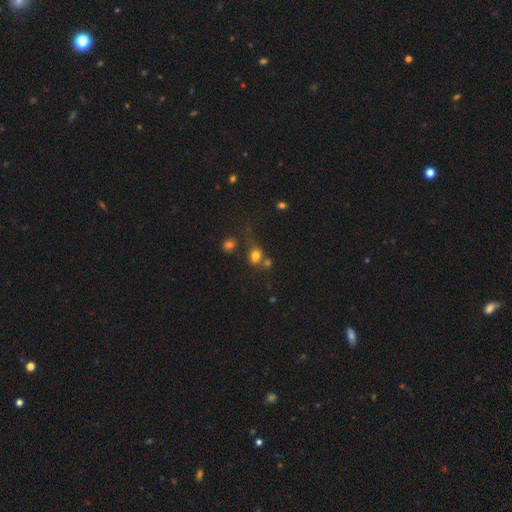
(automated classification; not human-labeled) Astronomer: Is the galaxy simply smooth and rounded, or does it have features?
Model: smooth — 75%.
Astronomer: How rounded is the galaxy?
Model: round — 65%.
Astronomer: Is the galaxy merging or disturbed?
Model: none — 46% (runner-up: merger, 31%).